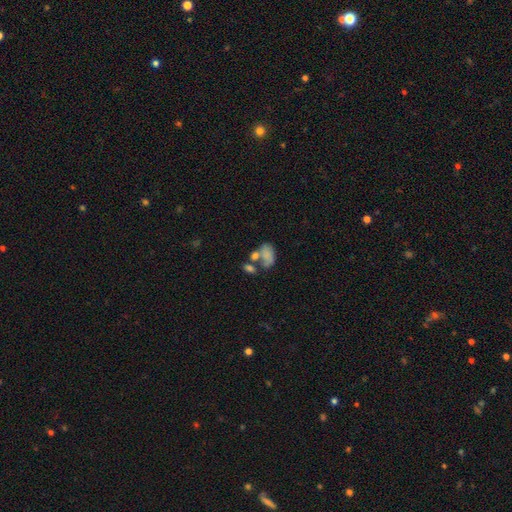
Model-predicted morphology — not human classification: Smooth or featured?
  - smooth: 45% *
  - featured or disk: 29%
  - star or artifact: 26%
Merging?
  - none: 38% *
  - merger: 36%
  - minor disturbance: 14%
  - major disturbance: 13%